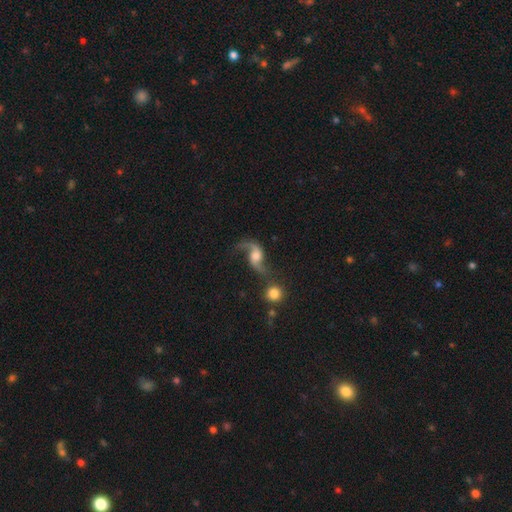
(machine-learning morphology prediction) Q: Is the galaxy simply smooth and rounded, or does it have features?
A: featured or disk — 86%.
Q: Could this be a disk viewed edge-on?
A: no — 96%.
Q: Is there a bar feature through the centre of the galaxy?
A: no — 59%.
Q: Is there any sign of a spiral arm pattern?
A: yes — 96%.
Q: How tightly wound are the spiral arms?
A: loose — 88%.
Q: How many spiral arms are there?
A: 2 — 92%.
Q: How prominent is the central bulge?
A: moderate — 51%.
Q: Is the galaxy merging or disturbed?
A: none — 60%.